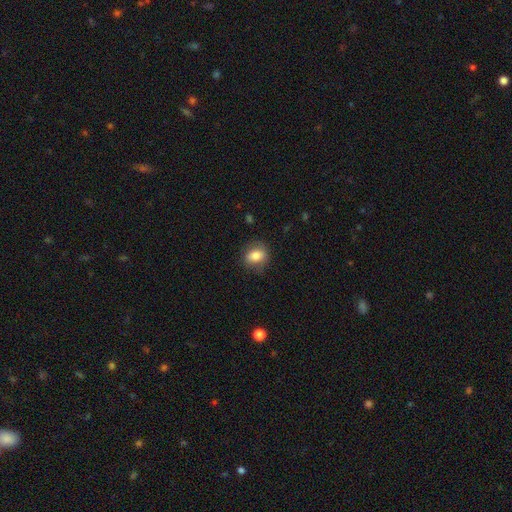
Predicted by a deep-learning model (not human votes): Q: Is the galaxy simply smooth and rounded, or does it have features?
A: smooth — 80%.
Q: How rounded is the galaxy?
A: in between — 56%.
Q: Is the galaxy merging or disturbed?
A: none — 77%.